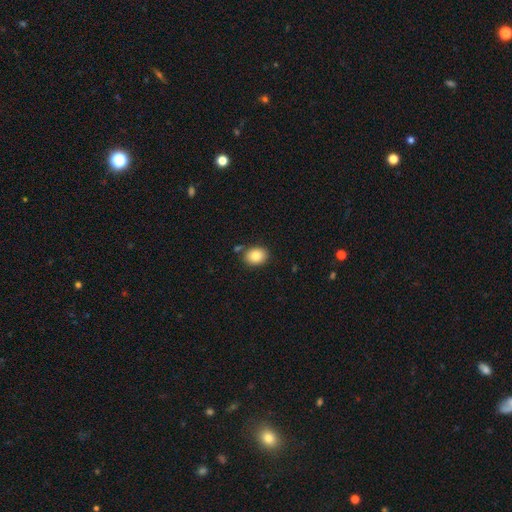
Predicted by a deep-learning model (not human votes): smooth 85%, star or artifact 8%, featured or disk 7%. Down the decision tree: how rounded — in between (58%); merging — none (81%).